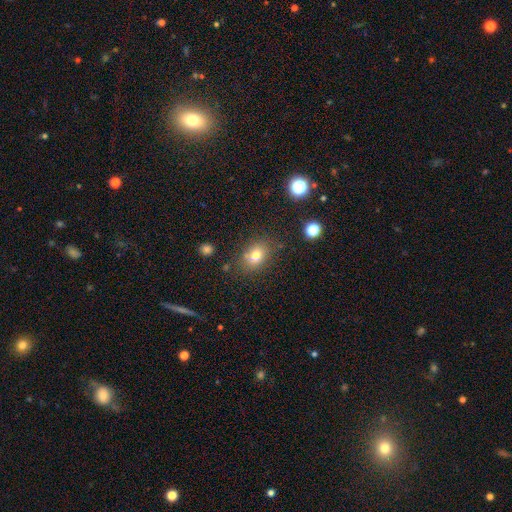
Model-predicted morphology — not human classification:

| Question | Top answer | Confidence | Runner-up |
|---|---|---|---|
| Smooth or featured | smooth | 77% | star or artifact (13%) |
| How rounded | in between | 65% | round (34%) |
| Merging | none | 72% | minor disturbance (15%) |